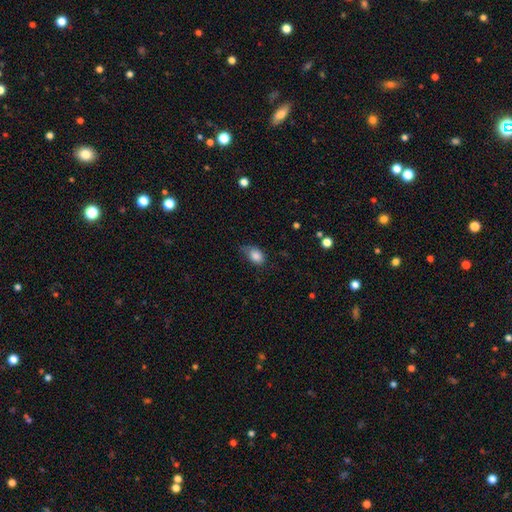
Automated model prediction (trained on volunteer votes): The model was most divided on "merging": none: 47%, minor disturbance: 39%, major disturbance: 12%, merger: 2%. More confident: smooth or featured — smooth (84%); how rounded — in between (80%).